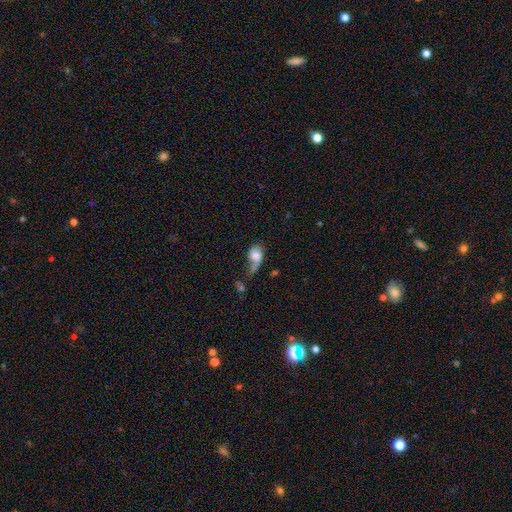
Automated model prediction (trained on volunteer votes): Overall: smooth (61%; featured or disk 30%). How rounded: in between (64%; round 34%). Merging: major disturbance (43%; none 22%).